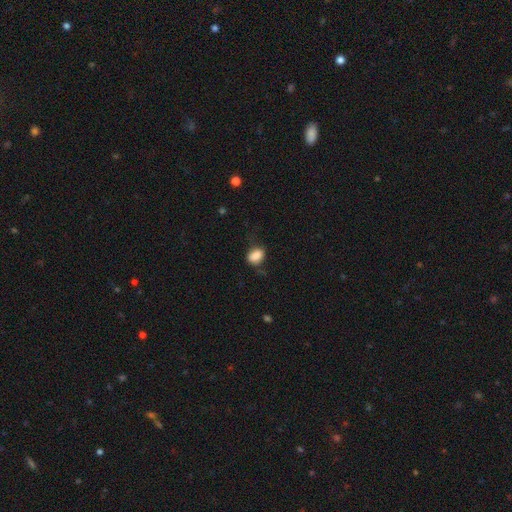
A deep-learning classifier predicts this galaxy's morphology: type=smooth (86%); roundness=in between (80%); merging=none (61%).